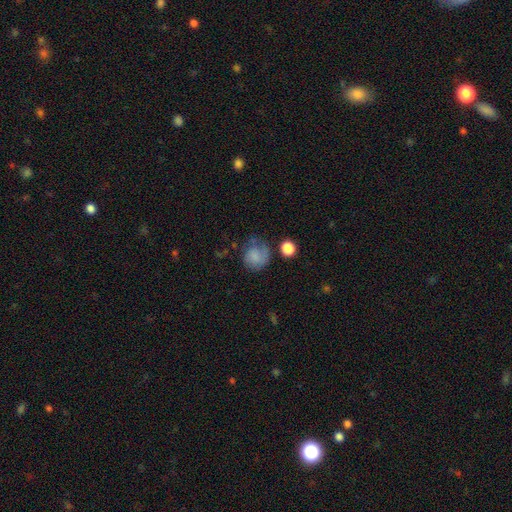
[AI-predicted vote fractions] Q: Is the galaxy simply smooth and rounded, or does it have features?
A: smooth — 68%.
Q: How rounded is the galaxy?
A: round — 79%.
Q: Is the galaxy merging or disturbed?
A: none — 52%.